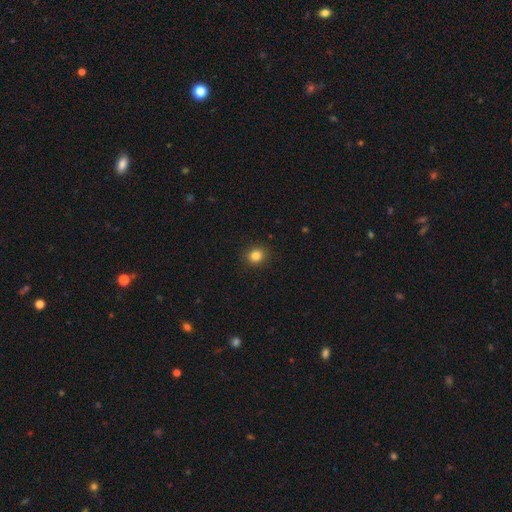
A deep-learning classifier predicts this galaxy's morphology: The model was most divided on "how rounded": round: 78%, in between: 21%, cigar-shaped: 1%. More confident: merging — none (91%); smooth or featured — smooth (83%).